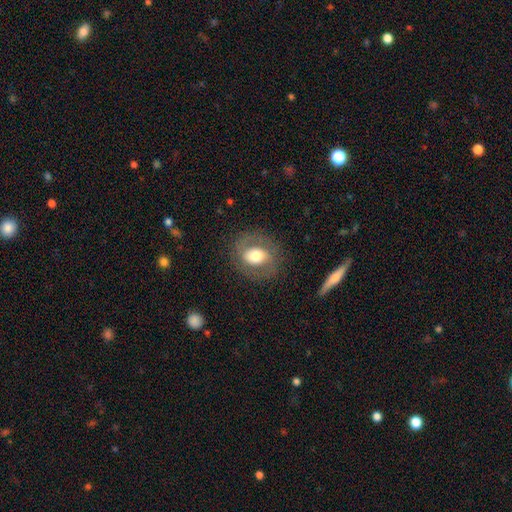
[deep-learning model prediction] This appears to be a featured or disk galaxy (46%, tied with smooth). Merging: none (80%).